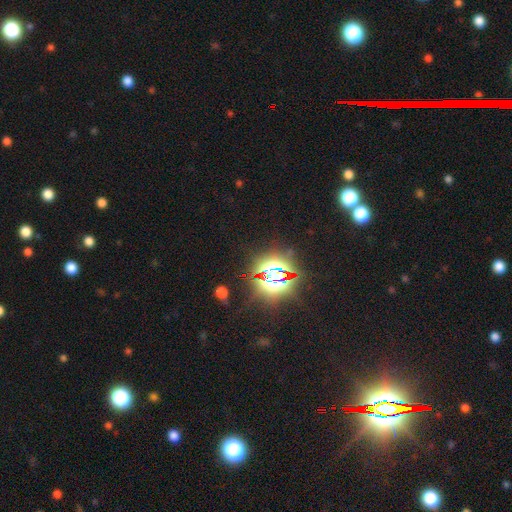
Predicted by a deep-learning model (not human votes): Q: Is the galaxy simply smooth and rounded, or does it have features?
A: star or artifact — 84%.